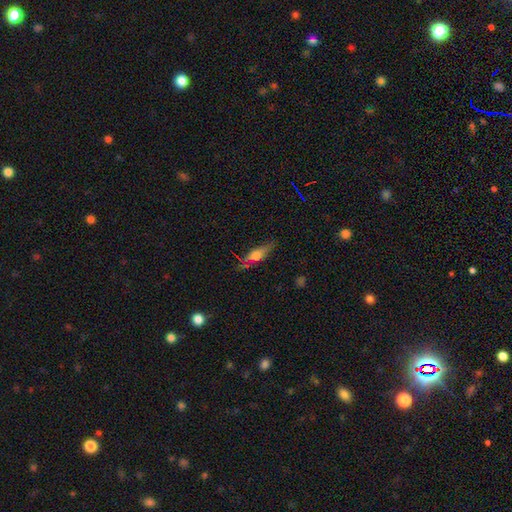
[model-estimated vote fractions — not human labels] The model was most divided on "how rounded": cigar-shaped: 50%, in between: 46%, round: 4%. More confident: merging — none (68%); smooth or featured — smooth (57%).